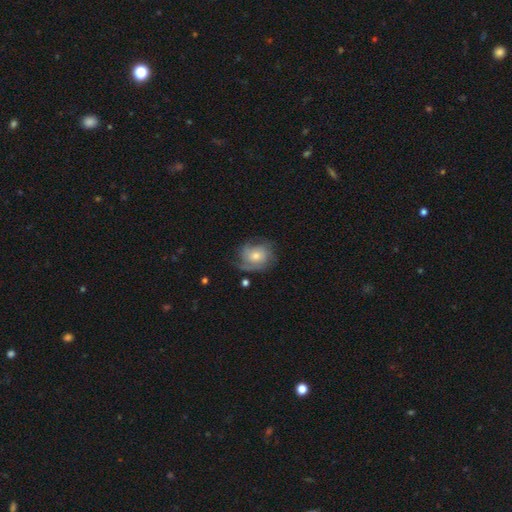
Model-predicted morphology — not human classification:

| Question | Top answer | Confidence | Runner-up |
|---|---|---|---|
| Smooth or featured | featured or disk | 66% | smooth (25%) |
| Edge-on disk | no | 97% | yes (3%) |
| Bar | no | 74% | weak (23%) |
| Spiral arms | yes | 89% | no (11%) |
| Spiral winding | tight | 49% | medium (37%) |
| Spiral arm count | can't tell | 33% | 3 (27%) |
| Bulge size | moderate | 60% | small (28%) |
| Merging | none | 65% | minor disturbance (22%) |